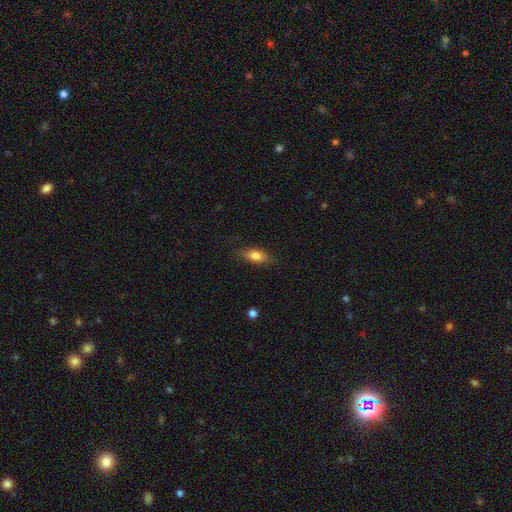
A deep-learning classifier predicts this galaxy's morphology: Smooth or featured?
  - smooth: 76% *
  - featured or disk: 17%
  - star or artifact: 7%
How rounded?
  - in between: 75% *
  - cigar-shaped: 21%
  - round: 4%
Merging?
  - none: 80% *
  - minor disturbance: 15%
  - major disturbance: 4%
  - merger: 1%